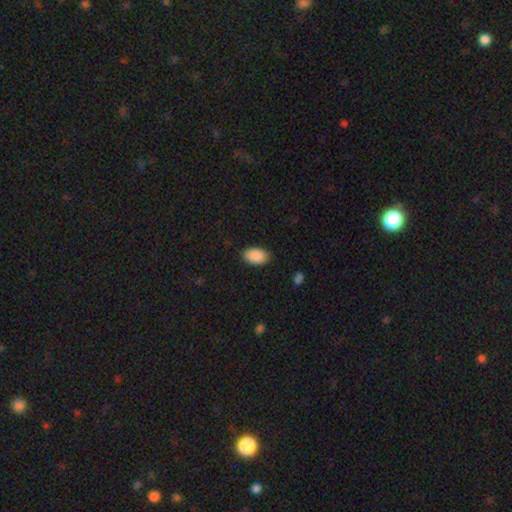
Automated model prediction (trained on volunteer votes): This appears to be a smooth galaxy with no disk features (90%) that is in between round and cigar-shaped (92%). Merging: none (87%).